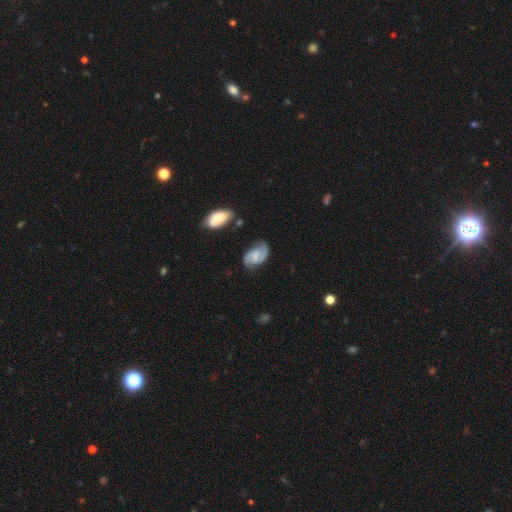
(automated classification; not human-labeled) Smooth or featured? Predicted: featured or disk (p=0.76). Edge-on disk? Predicted: no (p=0.97). Bar? Predicted: weak (p=0.50). Spiral arms? Predicted: yes (p=0.95). Spiral winding? Predicted: medium (p=0.51). Spiral arm count? Predicted: 2 (p=0.90). Bulge size? Predicted: small (p=0.47). Merging? Predicted: none (p=0.76).